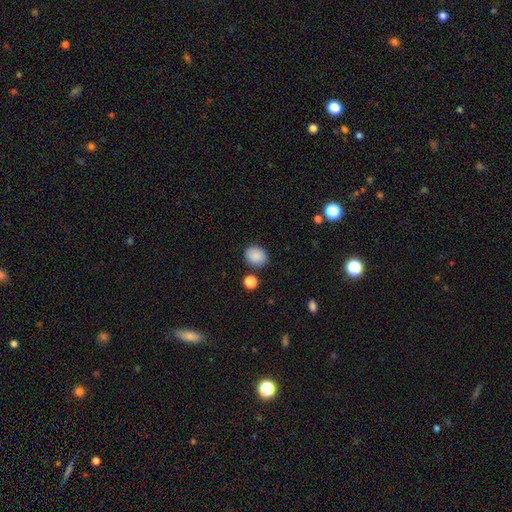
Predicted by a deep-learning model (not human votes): This is clearly a smooth galaxy (87%). How rounded: possibly round (57%). Merging: clearly none (83%).